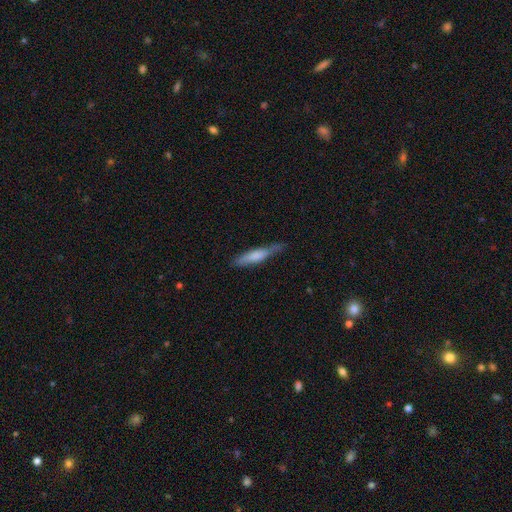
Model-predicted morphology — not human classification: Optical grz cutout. It shows a smooth galaxy with no disk features (64%) that is cigar-shaped (83%). Merging: none (65%).